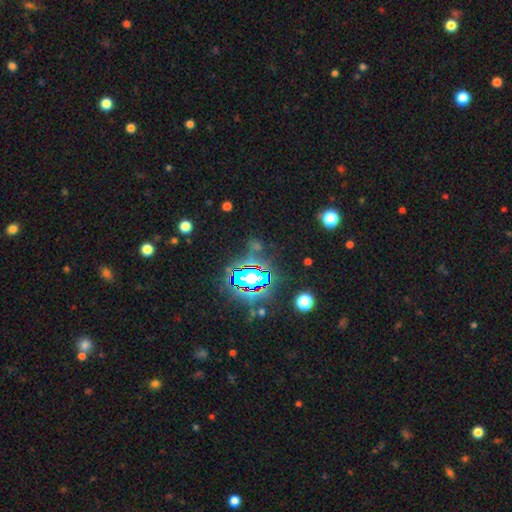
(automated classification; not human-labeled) Smooth or featured: star or artifact — 84% (smooth — 9%)